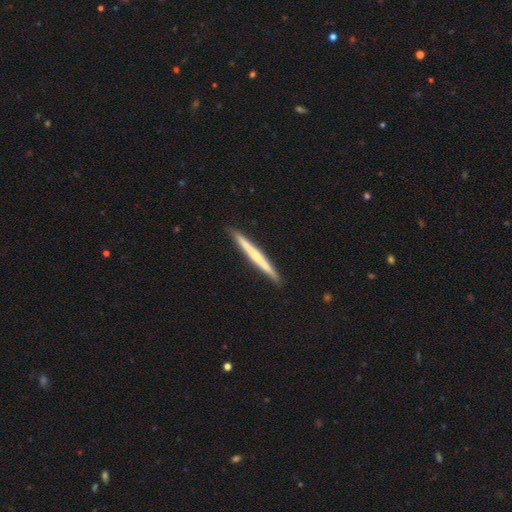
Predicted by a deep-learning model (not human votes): Morphology: type=featured or disk (51%); edge-on=yes (98%); merging=none (92%).